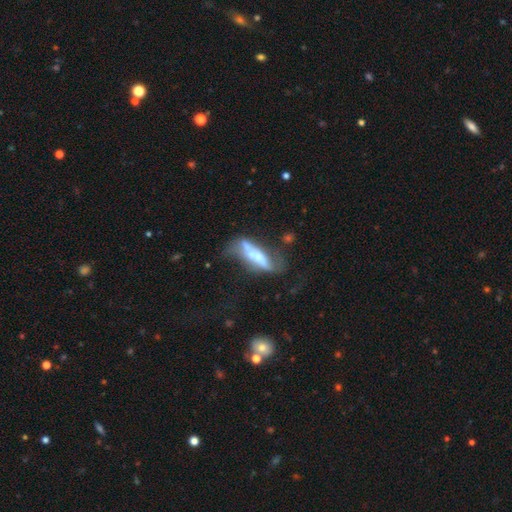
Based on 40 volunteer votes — Morphology: type=featured or disk (55%); edge-on=no (64%); bar=no (79%); spiral arms=no (64%); bulge=moderate (43%); merging=major disturbance (36%).